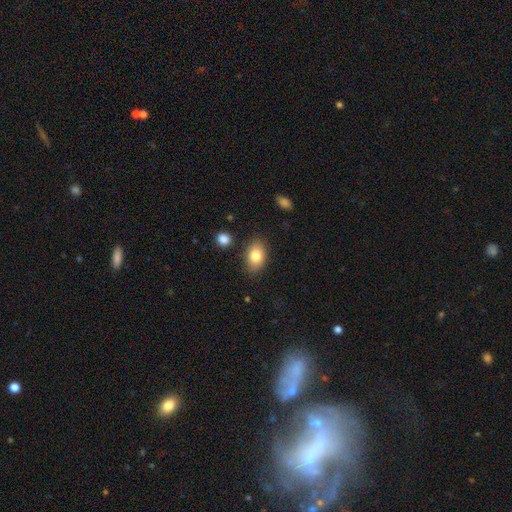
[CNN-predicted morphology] smooth_or_featured: smooth (p=0.81) [alt: featured or disk p=0.11]
how_rounded: in between (p=0.85) [alt: round p=0.13]
merging: none (p=0.83) [alt: minor disturbance p=0.11]